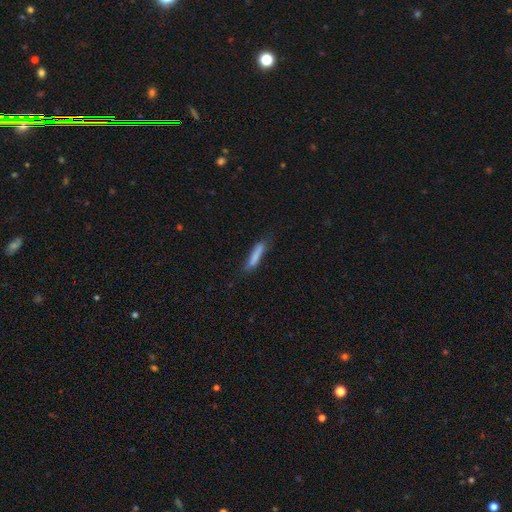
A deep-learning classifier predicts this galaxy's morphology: Smooth or featured: smooth — 78% (featured or disk — 15%)
How rounded: cigar-shaped — 88% (in between — 11%)
Merging: none — 67% (minor disturbance — 24%)